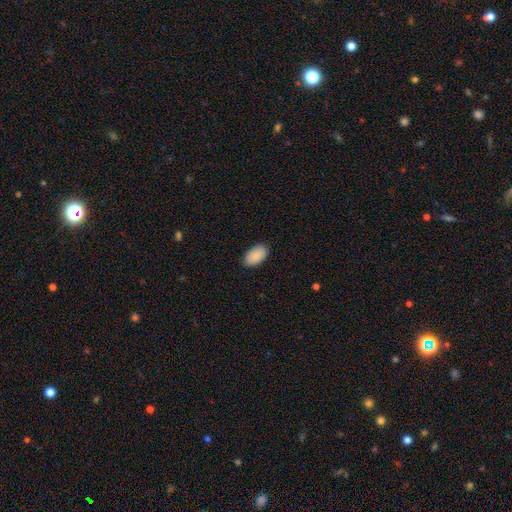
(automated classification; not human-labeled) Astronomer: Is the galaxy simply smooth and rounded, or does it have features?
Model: smooth — 90%.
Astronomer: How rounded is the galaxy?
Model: in between — 94%.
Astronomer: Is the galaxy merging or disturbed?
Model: none — 88%.